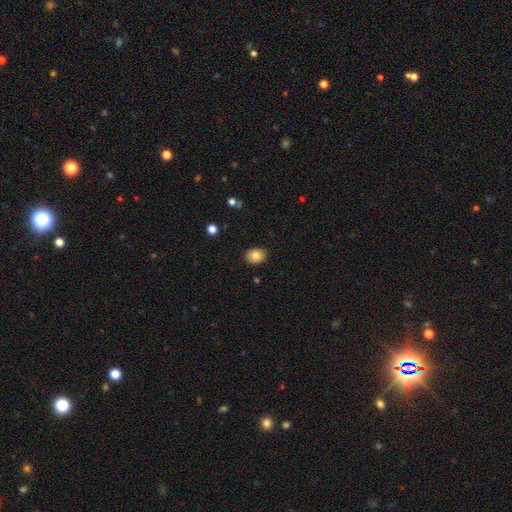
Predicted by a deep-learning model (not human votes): Smooth or featured?
  - smooth: 83% *
  - star or artifact: 9%
  - featured or disk: 8%
How rounded?
  - in between: 56% *
  - round: 43%
  - cigar-shaped: 1%
Merging?
  - none: 89% *
  - minor disturbance: 8%
  - major disturbance: 2%
  - merger: 1%